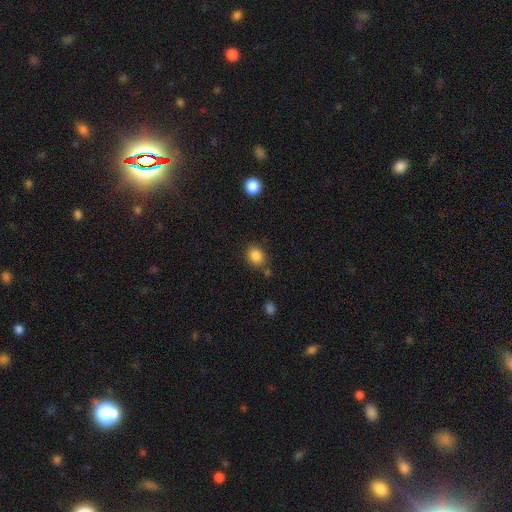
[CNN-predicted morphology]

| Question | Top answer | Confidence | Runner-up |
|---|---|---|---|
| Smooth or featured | smooth | 85% | star or artifact (10%) |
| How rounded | round | 51% | in between (48%) |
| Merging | none | 77% | minor disturbance (13%) |